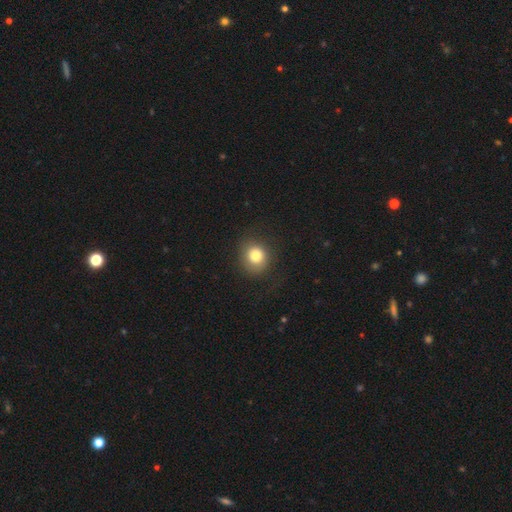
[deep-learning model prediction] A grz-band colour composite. It shows a smooth galaxy with no disk features (81%) that is round (81%). Merging: none (79%).